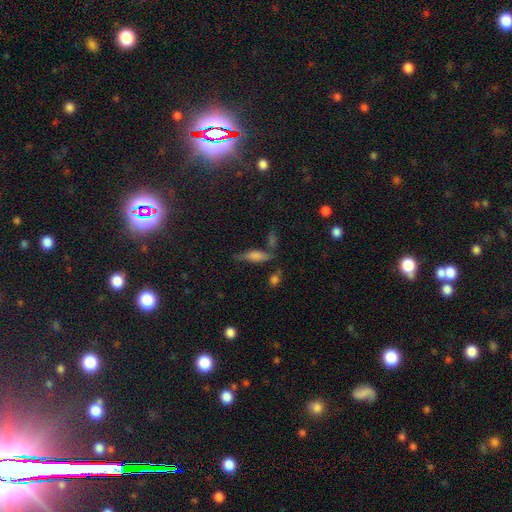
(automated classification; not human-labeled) The model was most divided on "smooth or featured": smooth: 52%, featured or disk: 36%, star or artifact: 12%. More confident: merging — none (64%); how rounded — cigar-shaped (58%).